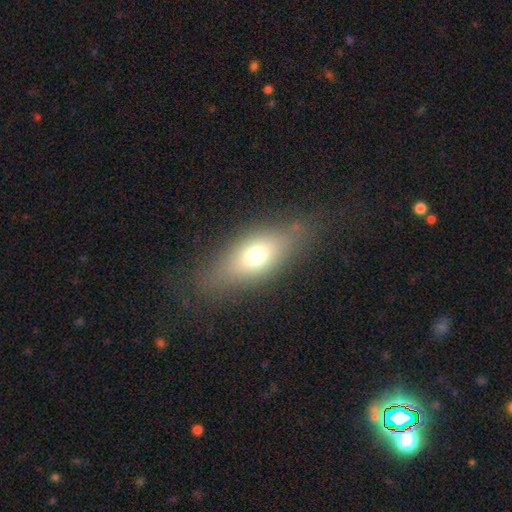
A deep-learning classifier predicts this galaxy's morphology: type=smooth (65%); roundness=in between (75%); merging=none (76%).